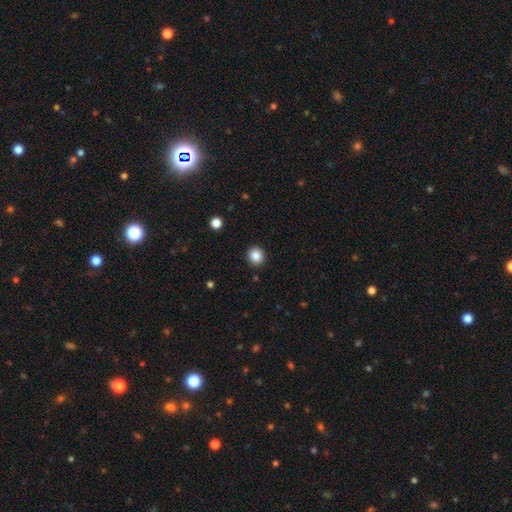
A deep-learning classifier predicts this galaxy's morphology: smooth-or-featured: smooth: 85% | star or artifact: 11% | featured or disk: 5%
  how-rounded: round: 89% | in between: 10% | cigar-shaped: 1%
  merging: none: 92% | minor disturbance: 5% | major disturbance: 2% | merger: 1%